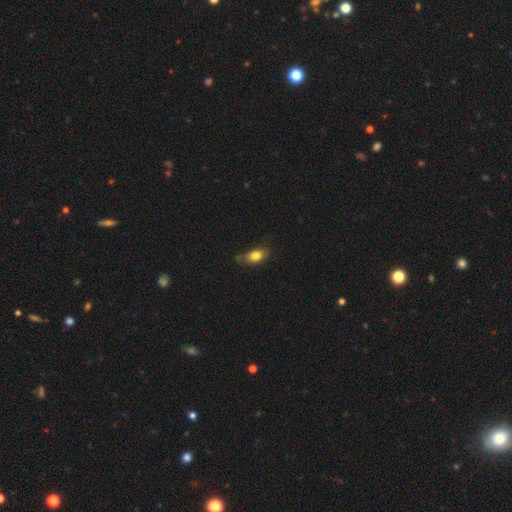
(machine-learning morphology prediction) Overall: smooth (80%). How rounded: in between (83%). Merging: none (57%; minor disturbance 32%).